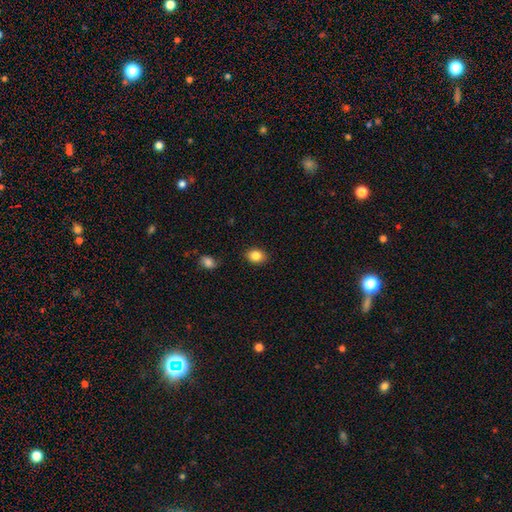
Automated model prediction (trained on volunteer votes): This is clearly a smooth galaxy (84%). How rounded: likely in between (60%). Merging: clearly none (87%).